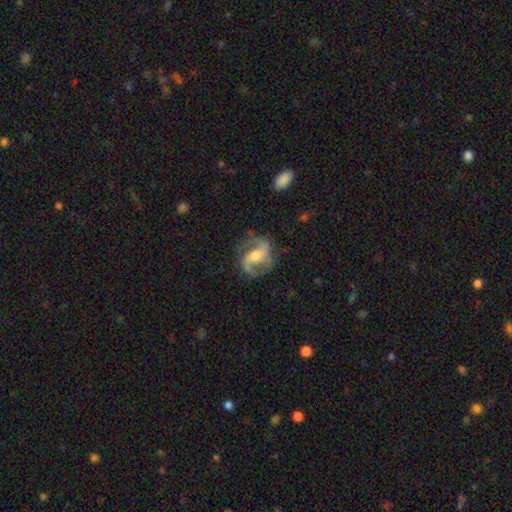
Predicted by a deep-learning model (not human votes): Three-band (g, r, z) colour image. It shows a featured or disk galaxy (88%) with a weak bar (41%), 2 (87%) medium (49%) spiral arms (97%) and a moderate central bulge (62%). Merging: none (75%).